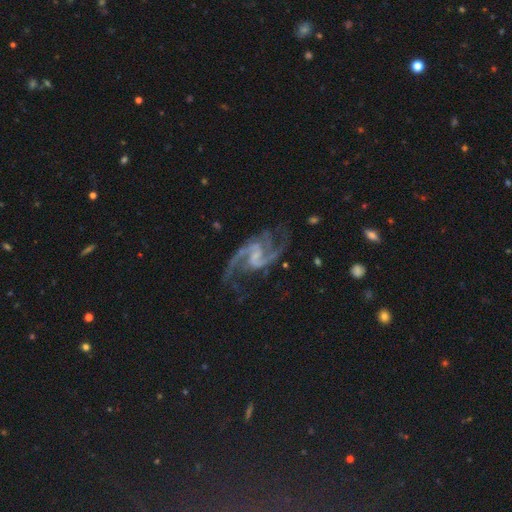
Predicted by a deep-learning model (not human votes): Smooth or featured? featured or disk (93%)
Edge-on disk? no (98%)
Bar? weak (53%)
Spiral arms? yes (98%)
Spiral winding? medium (48%)
Spiral arm count? 2 (86%)
Bulge size? small (46%)
Merging? none (65%)